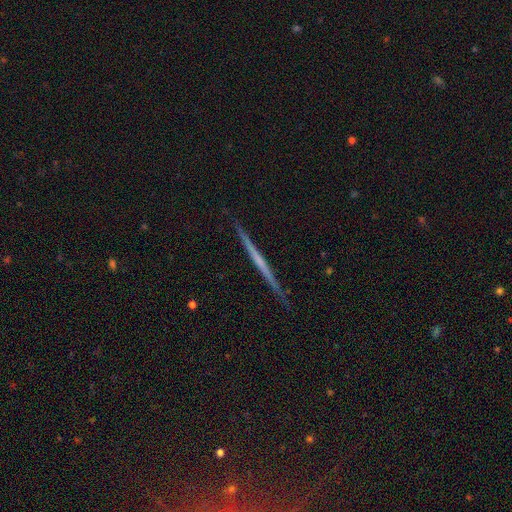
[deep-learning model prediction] A featured or disk galaxy (67%) viewed edge-on (98%) with no central bulge (77%). Merging: none (91%).